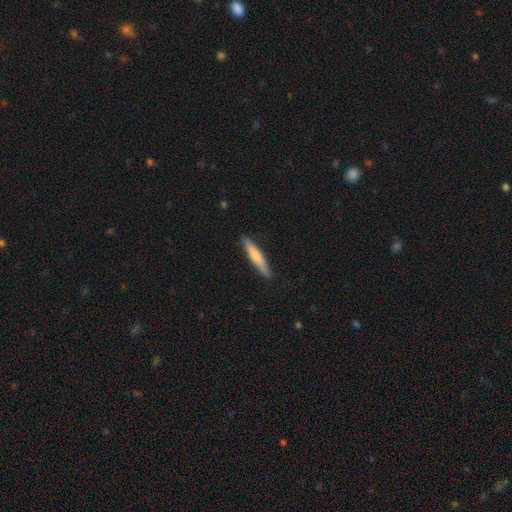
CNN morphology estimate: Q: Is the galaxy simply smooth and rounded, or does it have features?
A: smooth — 69%.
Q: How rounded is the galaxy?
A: cigar-shaped — 93%.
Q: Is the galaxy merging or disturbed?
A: none — 89%.